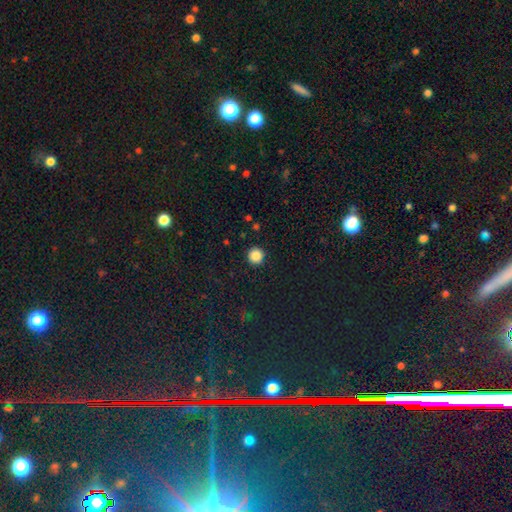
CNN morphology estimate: smooth 86%, star or artifact 11%, featured or disk 3%. Down the decision tree: how rounded — round (96%); merging — none (92%).